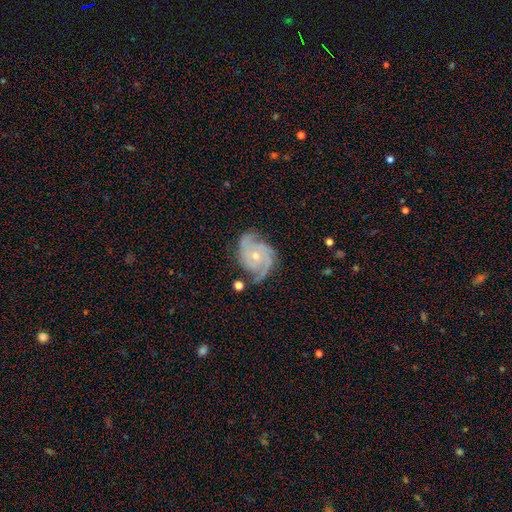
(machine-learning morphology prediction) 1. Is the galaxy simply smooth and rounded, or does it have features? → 90% featured or disk, 5% smooth, 5% star or artifact.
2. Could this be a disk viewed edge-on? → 98% no, 2% yes.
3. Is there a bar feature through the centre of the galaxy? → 74% no, 21% weak, 5% strong.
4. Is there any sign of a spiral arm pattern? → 98% yes, 2% no.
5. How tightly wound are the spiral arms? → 54% tight, 39% medium, 7% loose.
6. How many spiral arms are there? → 44% 3, 30% 2, 9% can't tell, 8% 4, 4% 1, 4% more than 4.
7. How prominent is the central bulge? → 57% small, 40% moderate, 1% none, 1% large, 1% dominant.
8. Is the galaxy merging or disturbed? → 68% none, 22% minor disturbance, 8% major disturbance, 3% merger.